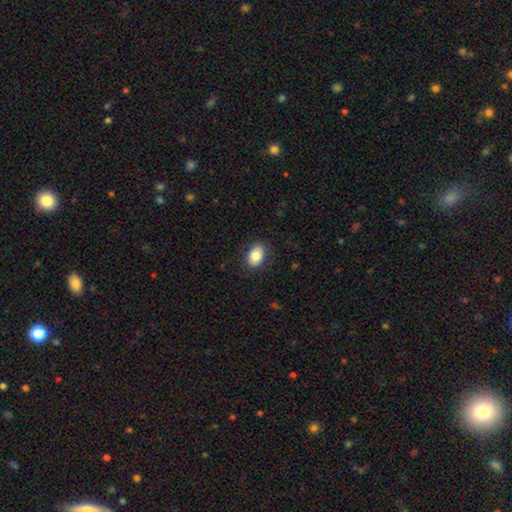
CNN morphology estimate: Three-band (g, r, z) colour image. It shows a smooth galaxy with no disk features (83%) that is in between round and cigar-shaped (88%). Merging: none (86%).